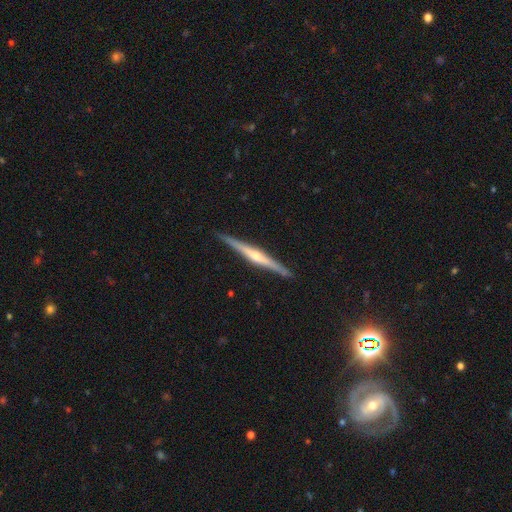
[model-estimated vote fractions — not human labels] The model was most divided on "edge-on bulge": rounded: 79%, none: 12%, boxy: 10%. More confident: edge-on disk — yes (98%); merging — none (91%); smooth or featured — featured or disk (82%).